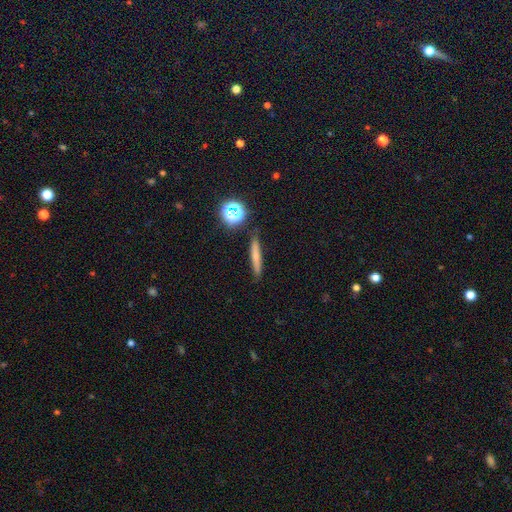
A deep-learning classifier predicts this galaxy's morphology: Smooth or featured: smooth — 63% (featured or disk — 24%)
How rounded: cigar-shaped — 89% (in between — 6%)
Merging: none — 87% (minor disturbance — 9%)